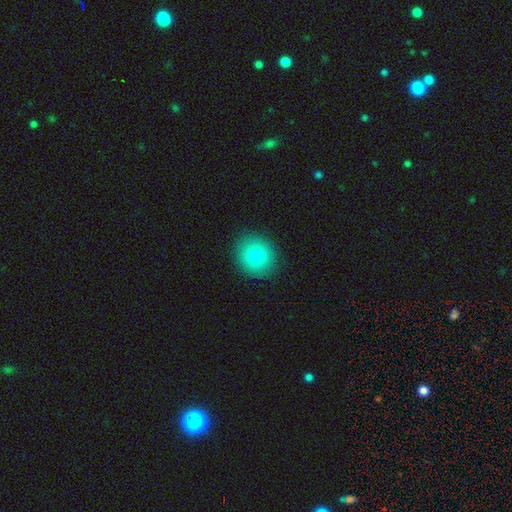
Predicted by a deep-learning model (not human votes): Smooth or featured? smooth (79%)
How rounded? round (82%)
Merging? none (90%)